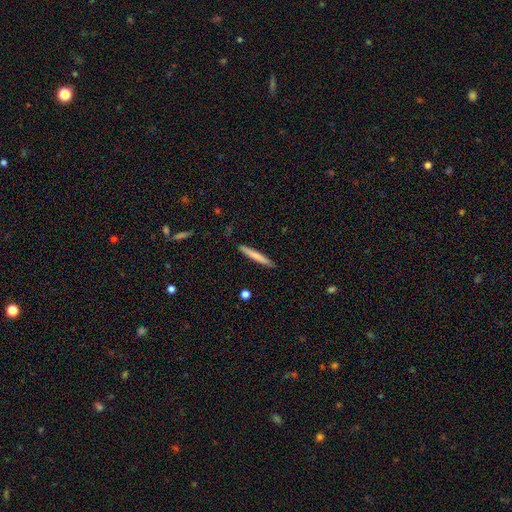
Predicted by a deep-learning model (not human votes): A smooth galaxy with no disk features (72%) that is cigar-shaped (96%).

Vote fractions:
- Smooth or featured? smooth: 72% / featured or disk: 22% / star or artifact: 6%
- How rounded? cigar-shaped: 96% / in between: 3% / round: 1%
- Merging? none: 90% / minor disturbance: 7% / major disturbance: 2% / merger: 1%